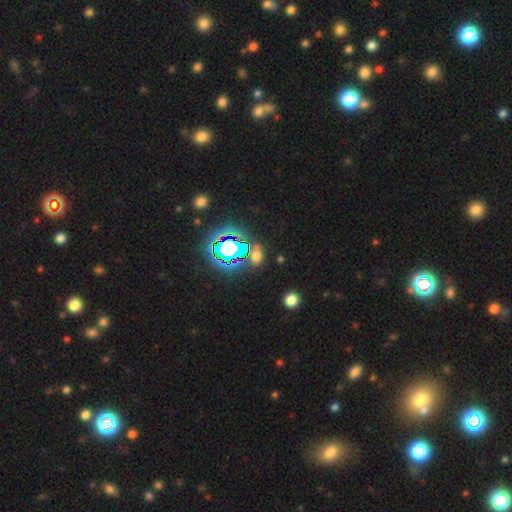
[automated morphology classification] smooth-or-featured: star or artifact: 49% | smooth: 39% | featured or disk: 12%